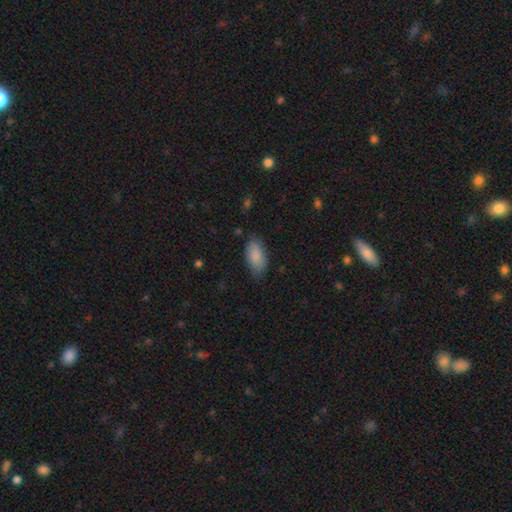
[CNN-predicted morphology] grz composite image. It shows a smooth galaxy with no disk features (86%) that is in between round and cigar-shaped (93%). Merging: none (74%).